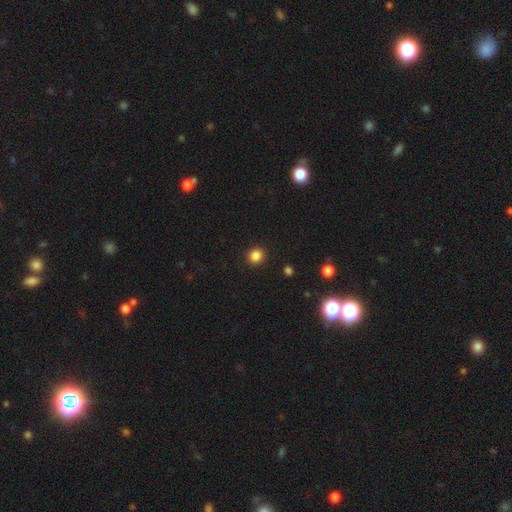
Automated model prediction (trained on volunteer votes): Q: Smooth or featured?
A: smooth (86%); runner-up: star or artifact (11%)
Q: How rounded?
A: round (85%); runner-up: in between (14%)
Q: Merging?
A: none (92%); runner-up: minor disturbance (5%)